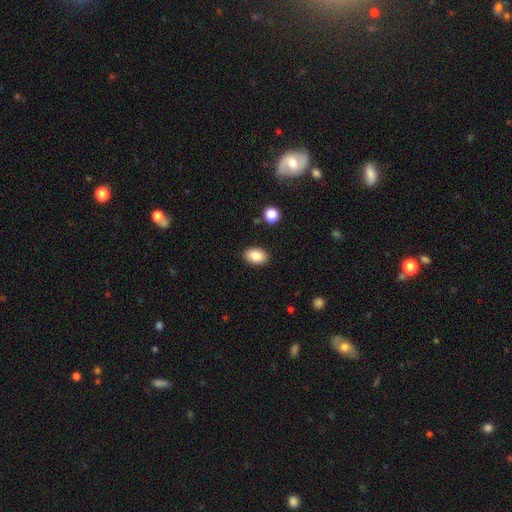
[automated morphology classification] This appears to be a smooth galaxy with no disk features (86%) that is in between round and cigar-shaped (84%). Merging: none (88%).